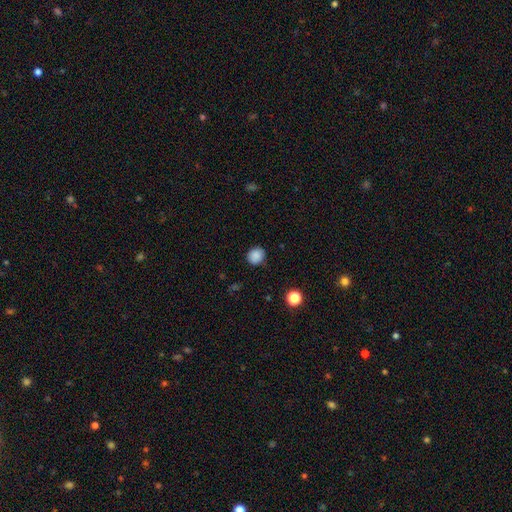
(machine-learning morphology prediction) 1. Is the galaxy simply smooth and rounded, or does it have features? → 86% smooth, 10% star or artifact, 3% featured or disk.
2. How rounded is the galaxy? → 79% round, 20% in between, 1% cigar-shaped.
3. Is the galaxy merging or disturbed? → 86% none, 11% minor disturbance, 3% major disturbance, 1% merger.